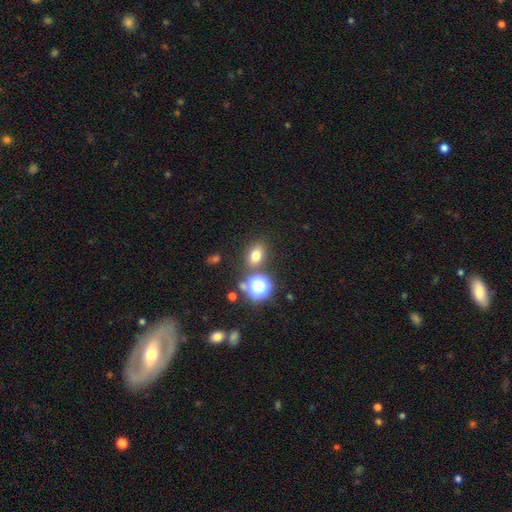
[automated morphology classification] smooth 70%, star or artifact 21%, featured or disk 9%. Down the decision tree: how rounded — in between (60%); merging — none (77%).